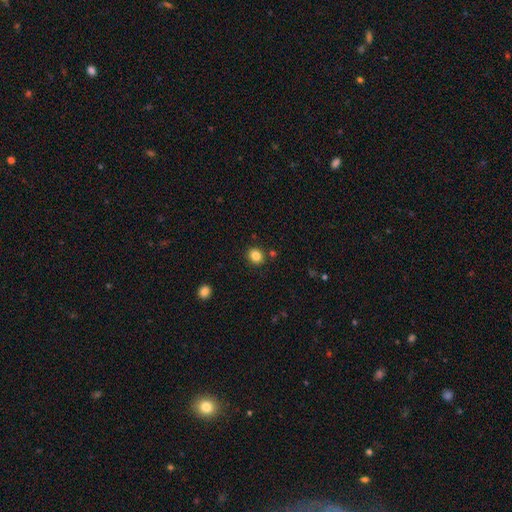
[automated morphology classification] type=smooth (84%); roundness=round (73%); merging=none (87%).